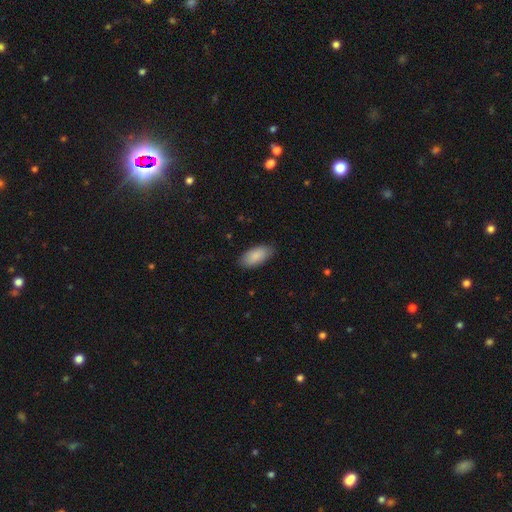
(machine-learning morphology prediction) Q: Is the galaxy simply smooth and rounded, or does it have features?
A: smooth — 88%.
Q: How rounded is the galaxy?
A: in between — 91%.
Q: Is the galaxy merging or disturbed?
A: none — 85%.